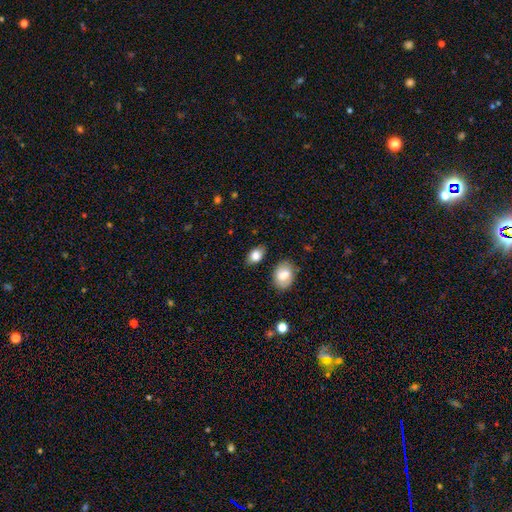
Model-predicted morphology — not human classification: Smooth or featured?
  - smooth: 82% *
  - featured or disk: 10%
  - star or artifact: 8%
How rounded?
  - in between: 87% *
  - round: 11%
  - cigar-shaped: 2%
Merging?
  - none: 79% *
  - minor disturbance: 14%
  - merger: 4%
  - major disturbance: 3%